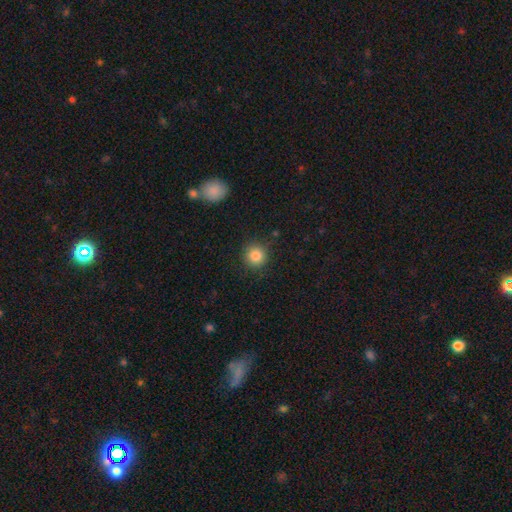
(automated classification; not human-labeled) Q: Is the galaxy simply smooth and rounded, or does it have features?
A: smooth — 84%.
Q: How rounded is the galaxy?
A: round — 93%.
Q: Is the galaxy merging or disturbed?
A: none — 88%.